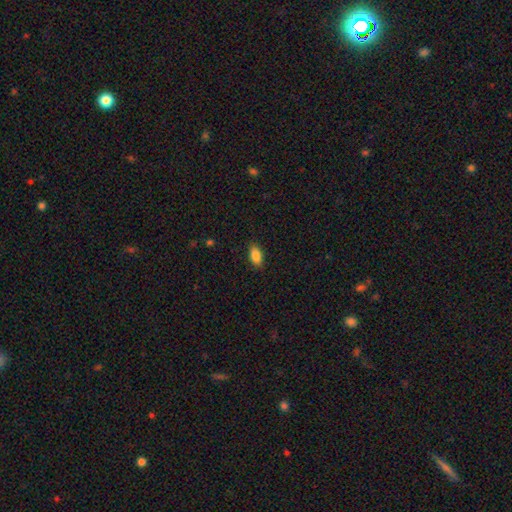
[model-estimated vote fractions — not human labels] Smooth or featured? smooth (88%)
How rounded? in between (91%)
Merging? none (87%)